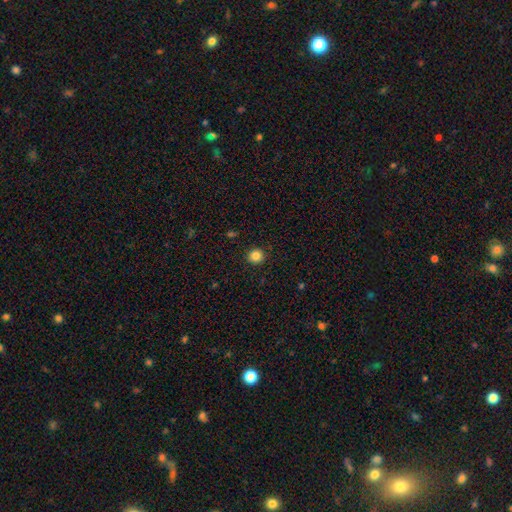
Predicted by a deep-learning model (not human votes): smooth 85%, star or artifact 11%, featured or disk 4%. Down the decision tree: how rounded — round (92%); merging — none (92%).